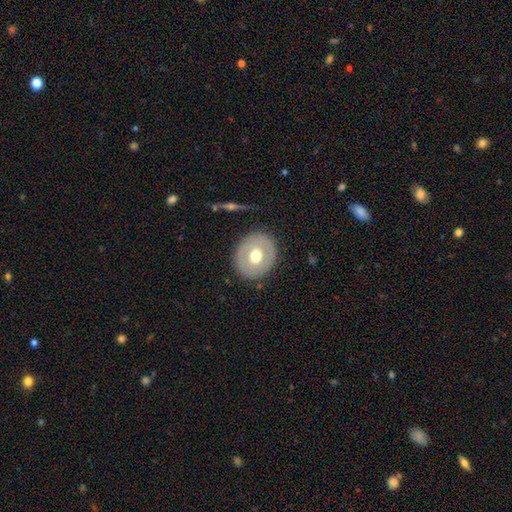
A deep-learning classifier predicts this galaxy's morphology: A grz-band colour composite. It shows a smooth galaxy with no disk features (52%) that is round (65%). Merging: none (84%).